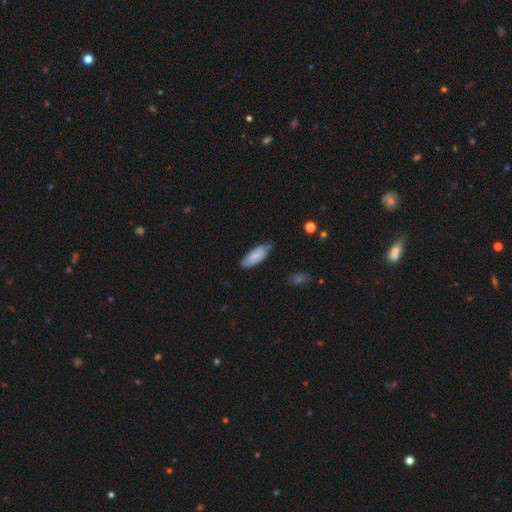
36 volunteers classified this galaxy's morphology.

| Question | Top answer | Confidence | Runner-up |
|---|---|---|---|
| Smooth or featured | smooth | 75% | featured or disk (22%) |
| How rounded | in between | 93% | cigar-shaped (7%) |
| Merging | minor disturbance | 60% | none (37%) |